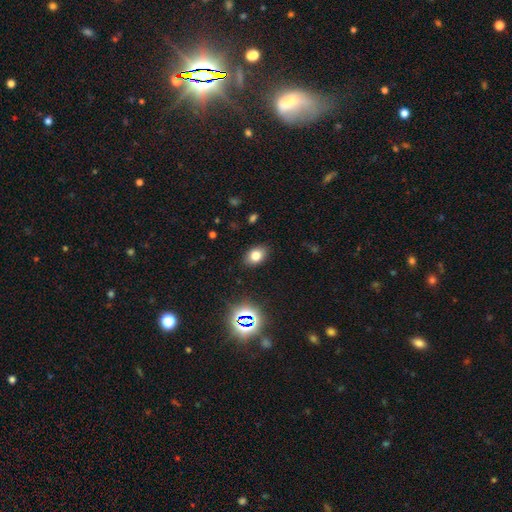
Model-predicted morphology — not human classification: type=smooth (75%); roundness=in between (77%); merging=none (87%).